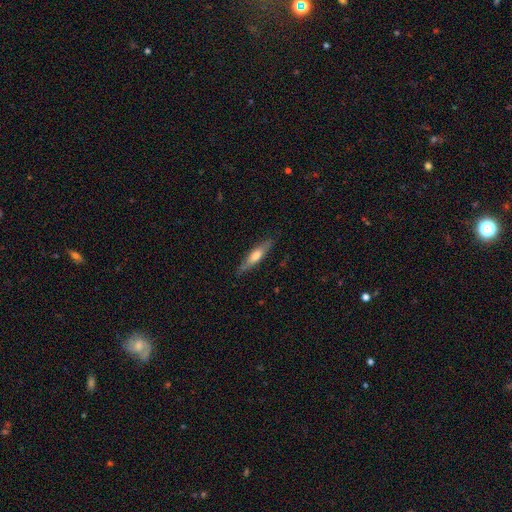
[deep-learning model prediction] Smooth or featured: featured or disk — 48% (smooth — 47%)
Merging: none — 85% (minor disturbance — 12%)